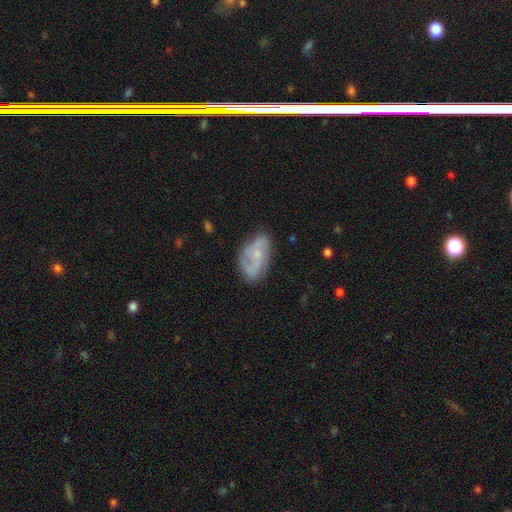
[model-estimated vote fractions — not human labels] smooth_or_featured: featured or disk (p=0.68) [alt: smooth p=0.25]
disk_edge_on: no (p=0.96) [alt: yes p=0.04]
bar: no (p=0.63) [alt: weak p=0.31]
has_spiral_arms: yes (p=0.88) [alt: no p=0.12]
spiral_winding: medium (p=0.43) [alt: loose p=0.35]
spiral_arm_count: 2 (p=0.63) [alt: can't tell p=0.16]
bulge_size: small (p=0.63) [alt: moderate p=0.23]
merging: none (p=0.66) [alt: minor disturbance p=0.23]